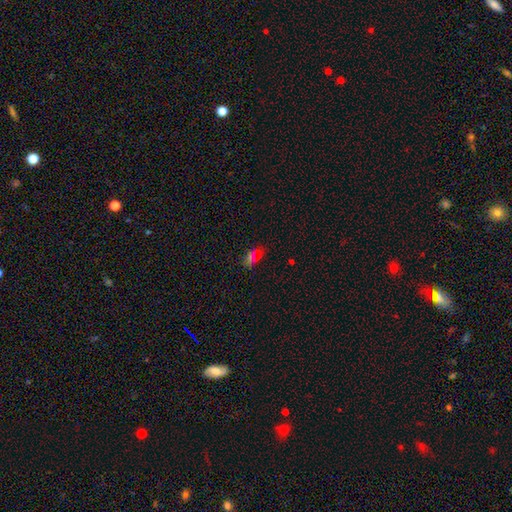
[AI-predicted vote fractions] Q: Smooth or featured?
A: smooth (57%); runner-up: star or artifact (34%)
Q: How rounded?
A: in between (85%); runner-up: round (9%)
Q: Merging?
A: none (77%); runner-up: minor disturbance (15%)